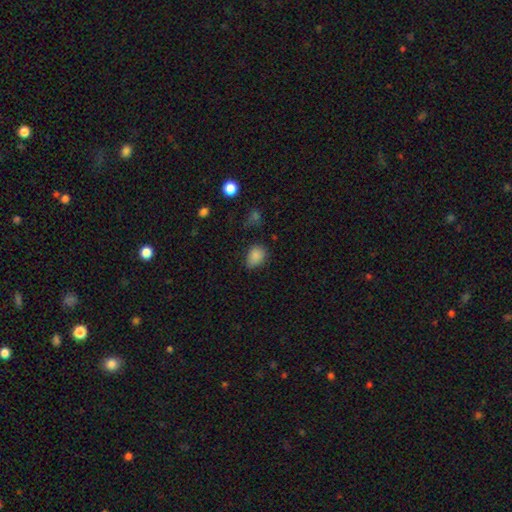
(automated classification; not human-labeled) Smooth or featured?
  - smooth: 82% *
  - star or artifact: 11%
  - featured or disk: 7%
How rounded?
  - in between: 69% *
  - round: 30%
  - cigar-shaped: 1%
Merging?
  - none: 60% *
  - minor disturbance: 31%
  - major disturbance: 7%
  - merger: 2%